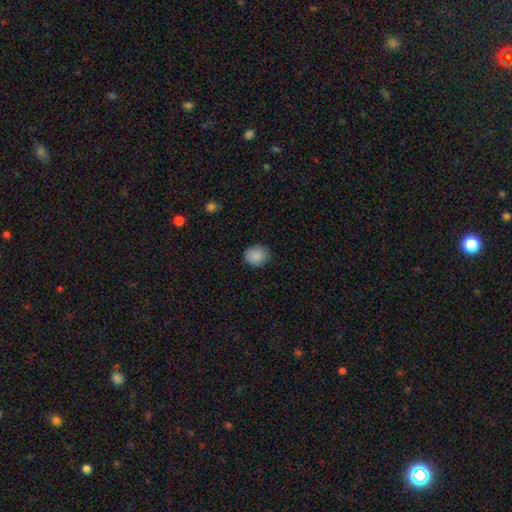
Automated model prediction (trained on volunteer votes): smooth-or-featured: smooth: 88% | star or artifact: 8% | featured or disk: 4%
  how-rounded: round: 66% | in between: 33% | cigar-shaped: 1%
  merging: none: 85% | minor disturbance: 12% | major disturbance: 3% | merger: 1%